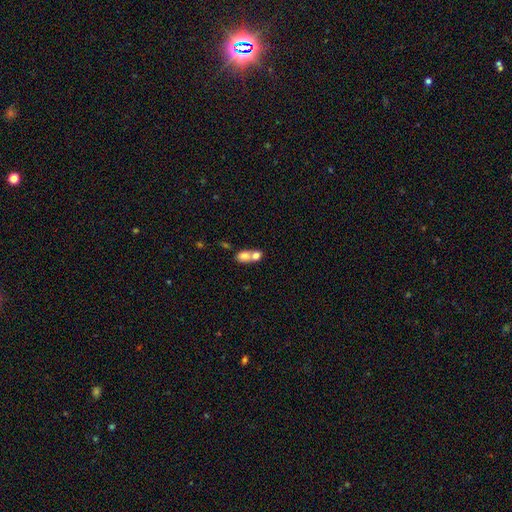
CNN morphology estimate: smooth-or-featured: smooth: 75% | featured or disk: 16% | star or artifact: 9%
  how-rounded: in between: 65% | round: 32% | cigar-shaped: 3%
  merging: merger: 71% | none: 20% | minor disturbance: 6% | major disturbance: 3%